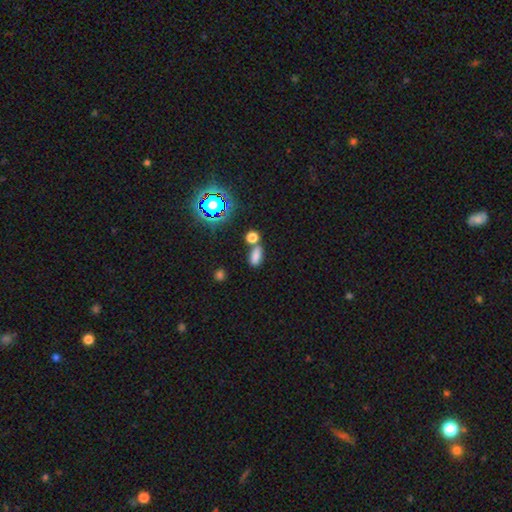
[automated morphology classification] type=smooth (75%); roundness=in between (80%); merging=none (58%).